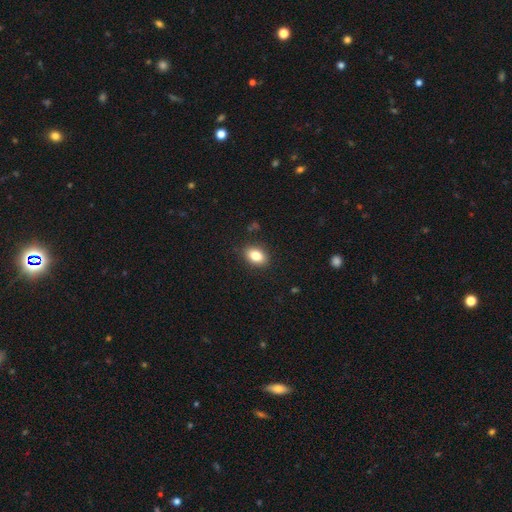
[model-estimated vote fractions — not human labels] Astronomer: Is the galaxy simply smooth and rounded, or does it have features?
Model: smooth — 83%.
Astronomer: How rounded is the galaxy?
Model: in between — 82%.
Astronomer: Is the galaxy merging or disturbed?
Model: none — 87%.